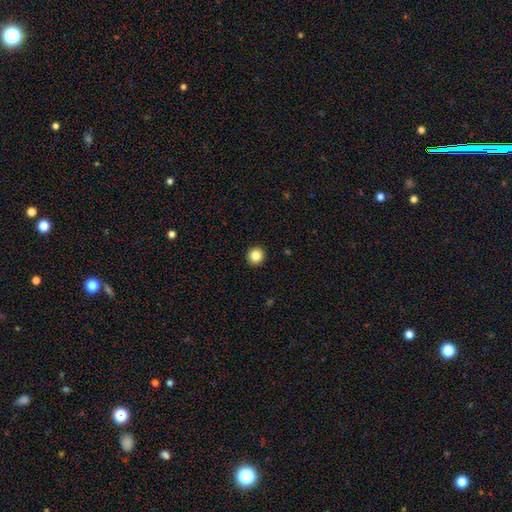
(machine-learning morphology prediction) smooth-or-featured: smooth: 85% | star or artifact: 10% | featured or disk: 5%
  how-rounded: round: 93% | in between: 6% | cigar-shaped: 1%
  merging: none: 93% | minor disturbance: 5% | major disturbance: 1% | merger: 1%